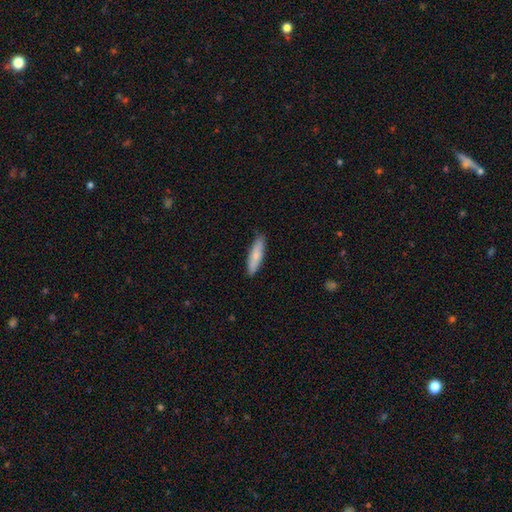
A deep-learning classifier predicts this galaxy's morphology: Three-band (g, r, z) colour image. It shows a smooth galaxy with no disk features (78%) that is cigar-shaped (72%). Merging: none (88%).